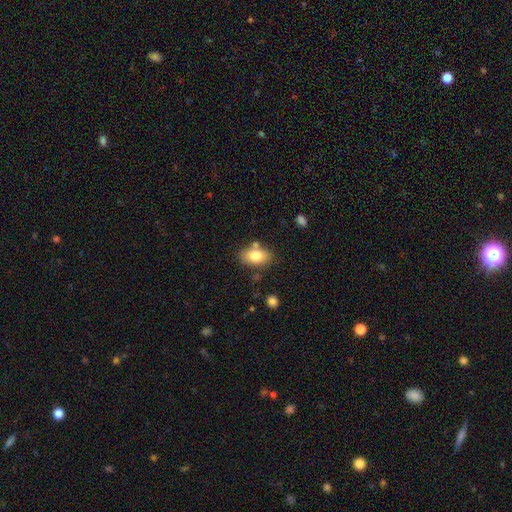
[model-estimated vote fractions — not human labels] smooth-or-featured: smooth: 79% | featured or disk: 13% | star or artifact: 8%
  how-rounded: in between: 89% | round: 9% | cigar-shaped: 2%
  merging: none: 75% | minor disturbance: 13% | merger: 8% | major disturbance: 3%